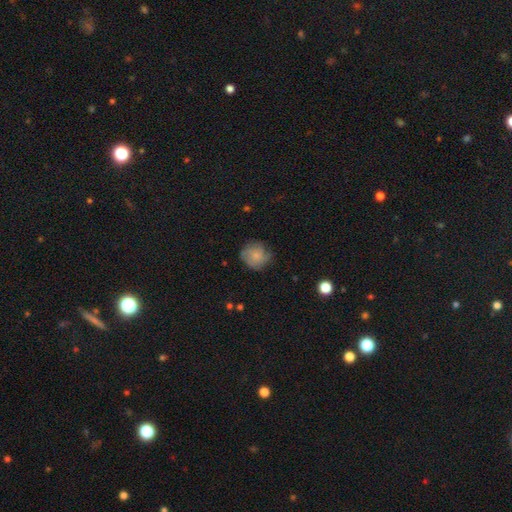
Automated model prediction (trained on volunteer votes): Morphology: type=smooth (66%); roundness=round (88%); merging=none (70%).